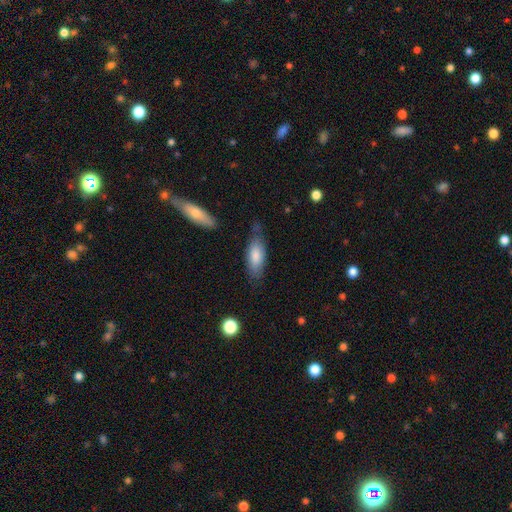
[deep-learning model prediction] smooth-or-featured: smooth: 79% | featured or disk: 15% | star or artifact: 6%
  how-rounded: in between: 72% | cigar-shaped: 26% | round: 2%
  merging: none: 66% | minor disturbance: 24% | major disturbance: 6% | merger: 4%